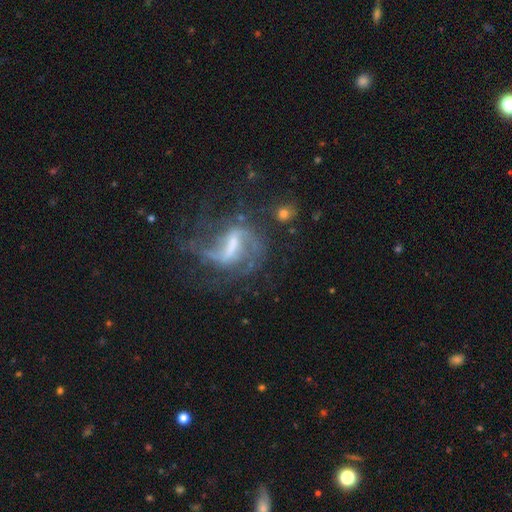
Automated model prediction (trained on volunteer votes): A featured or disk galaxy (82%) with a strong bar (44%), 2 (66%) loose (51%) spiral arms (89%) and a small central bulge (40%). Merging: none (50%).